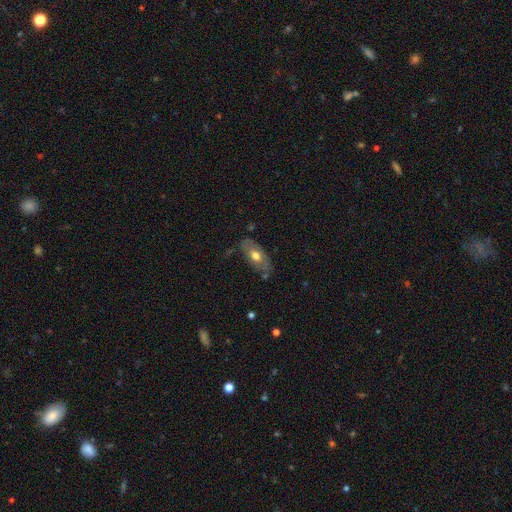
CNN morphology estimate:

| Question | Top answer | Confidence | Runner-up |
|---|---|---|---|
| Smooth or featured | smooth | 54% | featured or disk (40%) |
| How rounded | in between | 89% | cigar-shaped (7%) |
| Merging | none | 68% | minor disturbance (23%) |